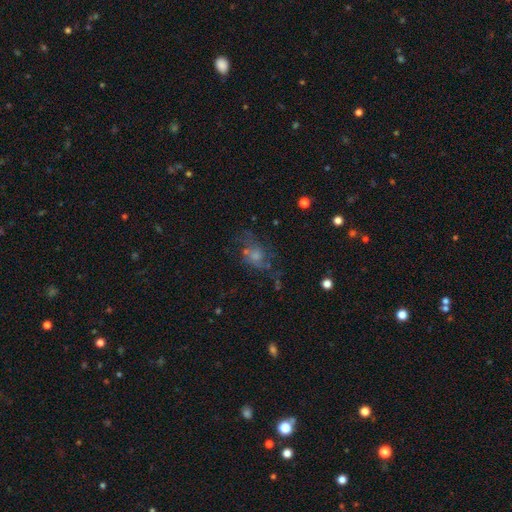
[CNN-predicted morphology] type=featured or disk (40%); merging=none (49%).